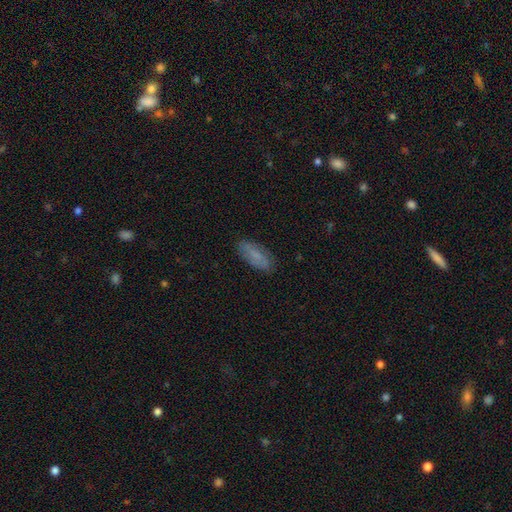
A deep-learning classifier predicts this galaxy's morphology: Smooth or featured?
  - smooth: 73% *
  - featured or disk: 19%
  - star or artifact: 8%
How rounded?
  - in between: 70% *
  - cigar-shaped: 28%
  - round: 2%
Merging?
  - none: 82% *
  - minor disturbance: 14%
  - major disturbance: 3%
  - merger: 1%